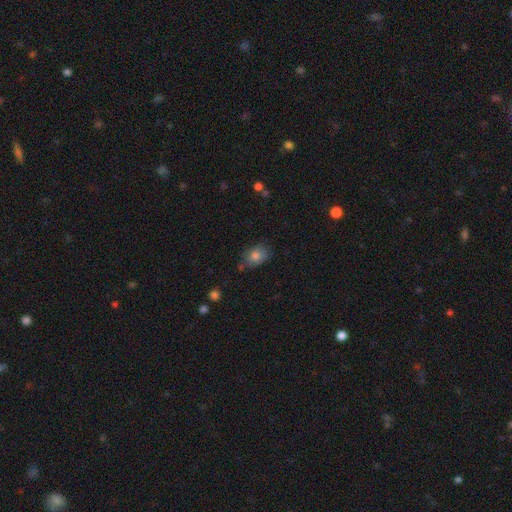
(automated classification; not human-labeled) Smooth or featured? Predicted: smooth (p=0.81). How rounded? Predicted: in between (p=0.74). Merging? Predicted: none (p=0.68).